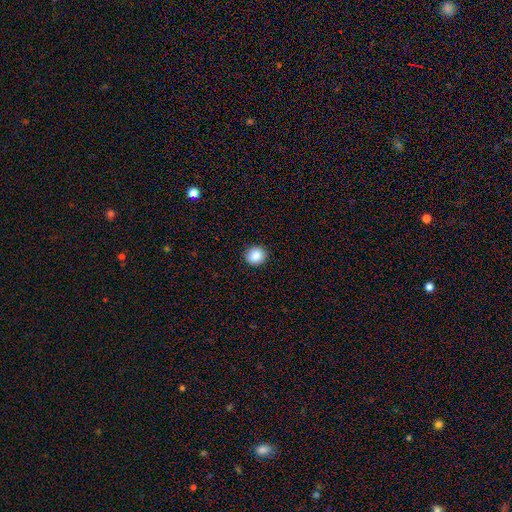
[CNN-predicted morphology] Smooth or featured? smooth (87%)
How rounded? round (86%)
Merging? none (92%)